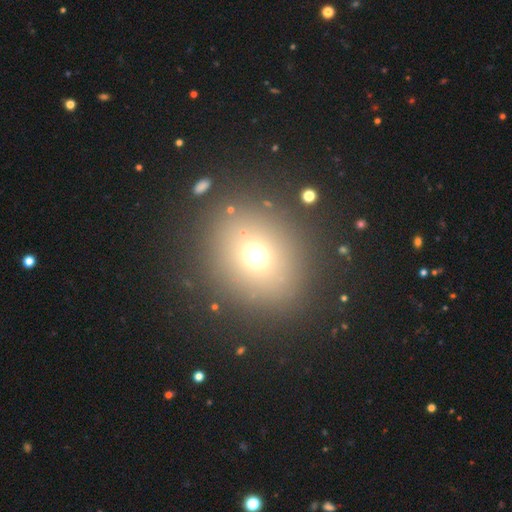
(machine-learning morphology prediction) Overall: smooth (64%). How rounded: round (75%). Merging: none (87%).